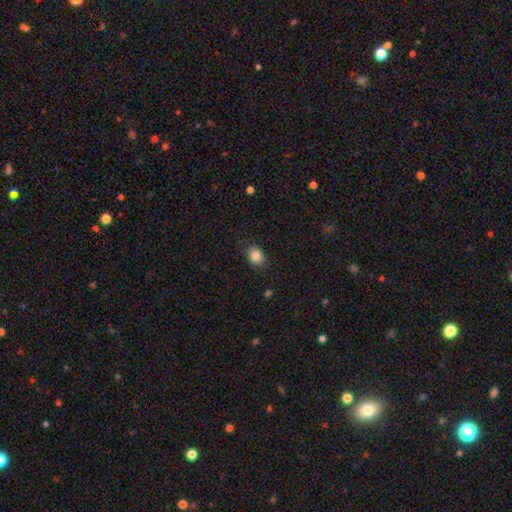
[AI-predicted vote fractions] Overall: smooth (85%). How rounded: in between (56%; round 43%). Merging: none (84%).